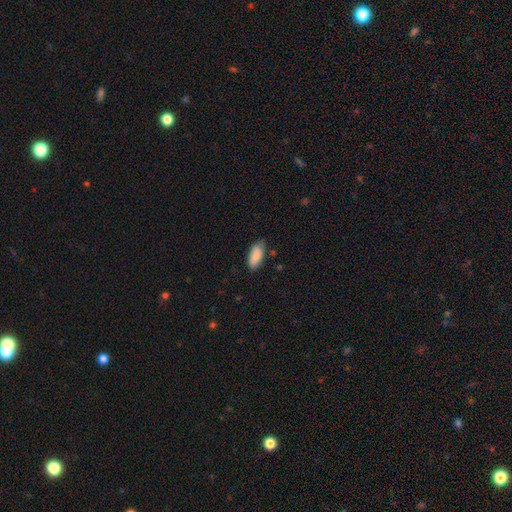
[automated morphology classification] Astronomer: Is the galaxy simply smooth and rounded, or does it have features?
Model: smooth — 87%.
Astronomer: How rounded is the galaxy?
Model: in between — 89%.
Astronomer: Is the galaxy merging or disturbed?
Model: none — 73%.